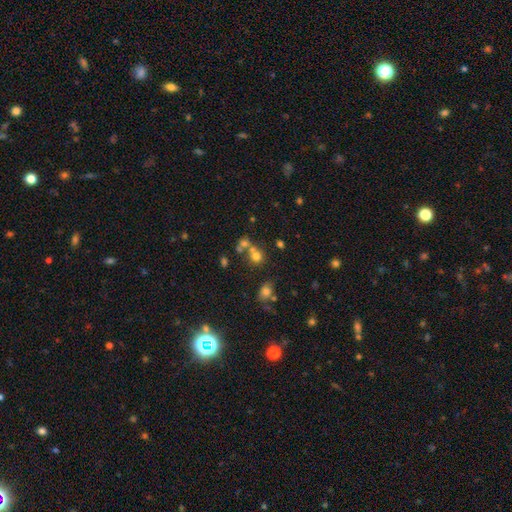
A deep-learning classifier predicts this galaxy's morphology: Smooth or featured? smooth (64%)
How rounded? round (79%)
Merging? none (46%)